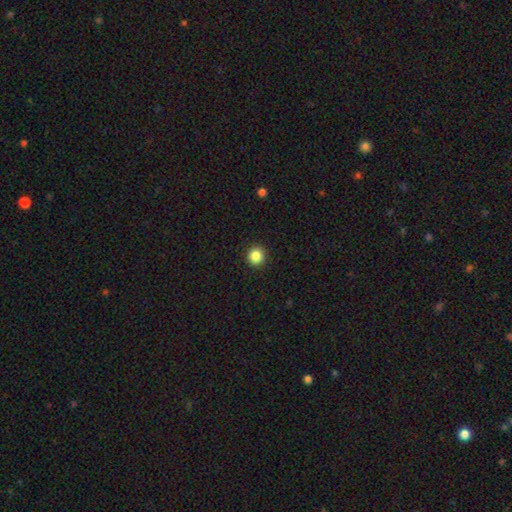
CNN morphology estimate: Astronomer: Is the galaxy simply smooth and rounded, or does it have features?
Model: smooth — 86%.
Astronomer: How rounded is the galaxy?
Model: round — 95%.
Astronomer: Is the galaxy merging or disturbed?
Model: none — 93%.